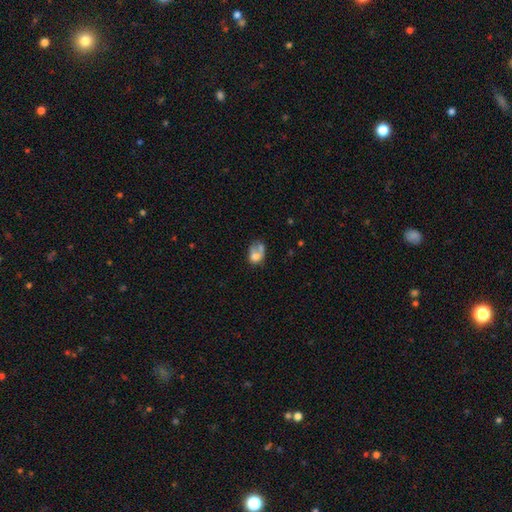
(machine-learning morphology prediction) This appears to be a smooth galaxy with no disk features (59%) that is in between round and cigar-shaped (71%). Merging: major disturbance (29%).